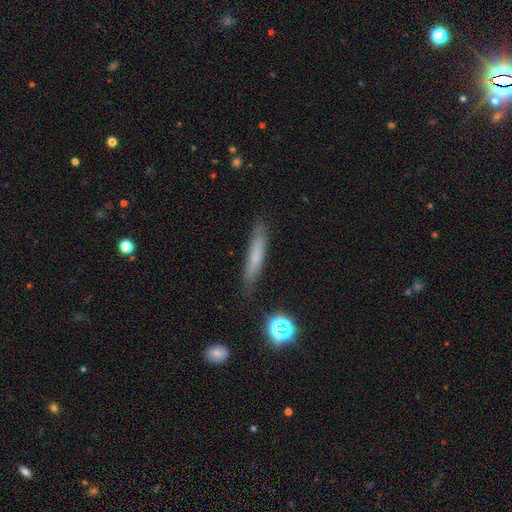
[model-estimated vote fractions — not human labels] Overall: smooth (64%; featured or disk 25%). How rounded: cigar-shaped (90%). Merging: none (80%).